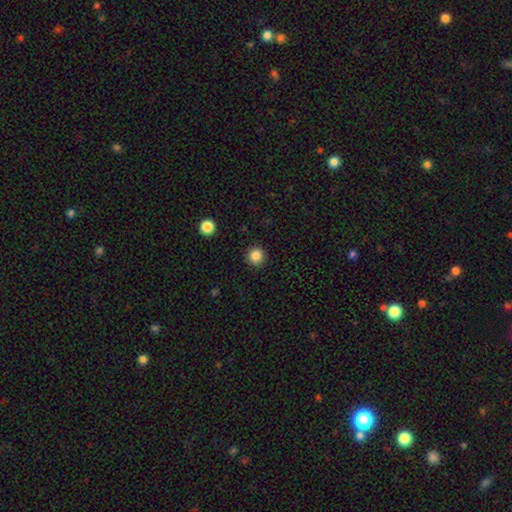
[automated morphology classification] Smooth or featured? smooth (85%)
How rounded? round (95%)
Merging? none (92%)